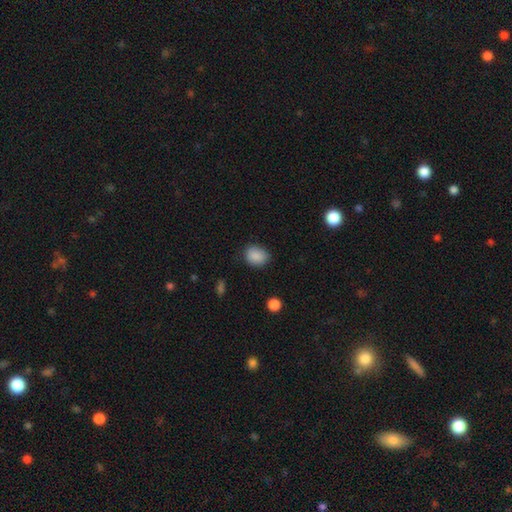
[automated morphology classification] smooth_or_featured: smooth (p=0.88) [alt: star or artifact p=0.08]
how_rounded: round (p=0.50) [alt: in between p=0.49]
merging: none (p=0.81) [alt: minor disturbance p=0.14]